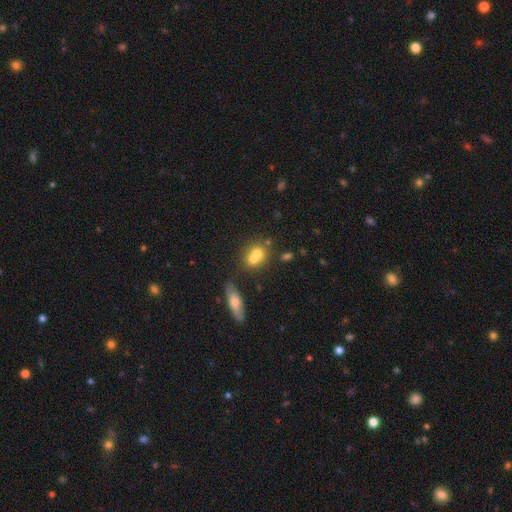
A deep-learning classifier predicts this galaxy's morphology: This appears to be a smooth galaxy with no disk features (66%) that is round (59%). Merging: merger (60%).